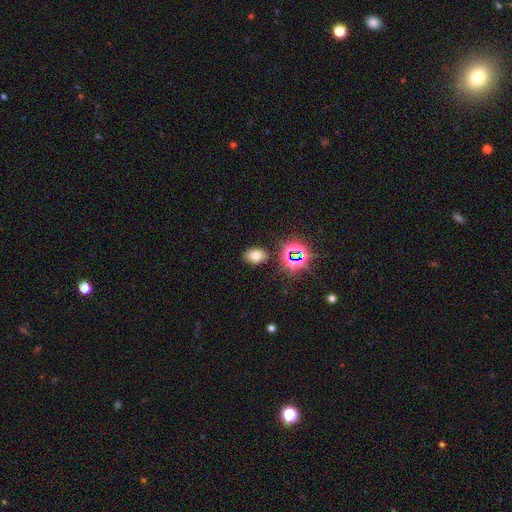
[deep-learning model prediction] A smooth galaxy with no disk features (68%) that is in between round and cigar-shaped (79%).

Vote fractions:
- Smooth or featured? smooth: 68% / star or artifact: 21% / featured or disk: 11%
- How rounded? in between: 79% / round: 20% / cigar-shaped: 1%
- Merging? none: 85% / minor disturbance: 9% / major disturbance: 3% / merger: 3%